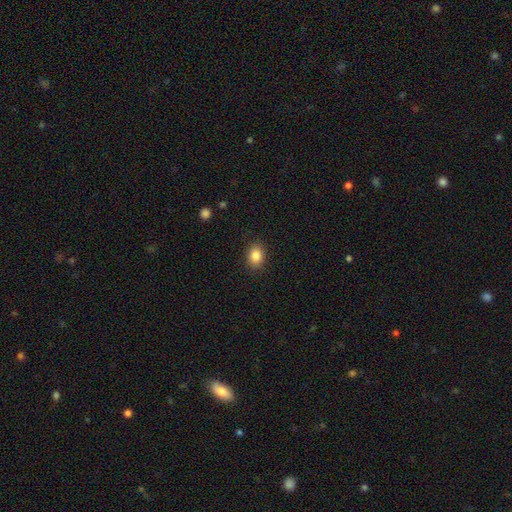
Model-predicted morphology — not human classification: A smooth galaxy with no disk features (86%) that is in between round and cigar-shaped (67%).

Vote fractions:
- Smooth or featured? smooth: 86% / star or artifact: 9% / featured or disk: 5%
- How rounded? in between: 67% / round: 32% / cigar-shaped: 1%
- Merging? none: 88% / minor disturbance: 8% / major disturbance: 2% / merger: 1%